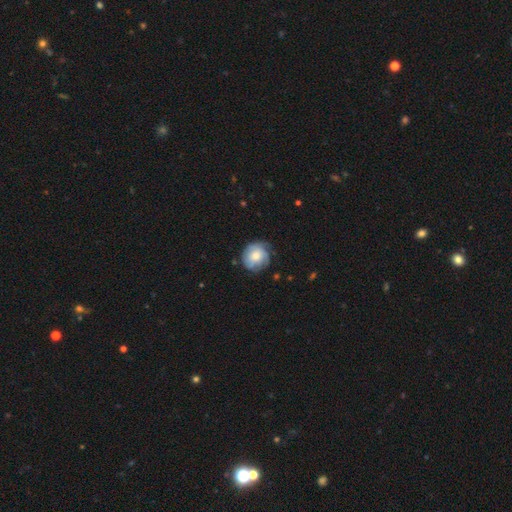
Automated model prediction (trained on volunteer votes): Q: Smooth or featured?
A: smooth (53%); runner-up: featured or disk (40%)
Q: How rounded?
A: round (85%); runner-up: in between (14%)
Q: Merging?
A: none (68%); runner-up: minor disturbance (23%)